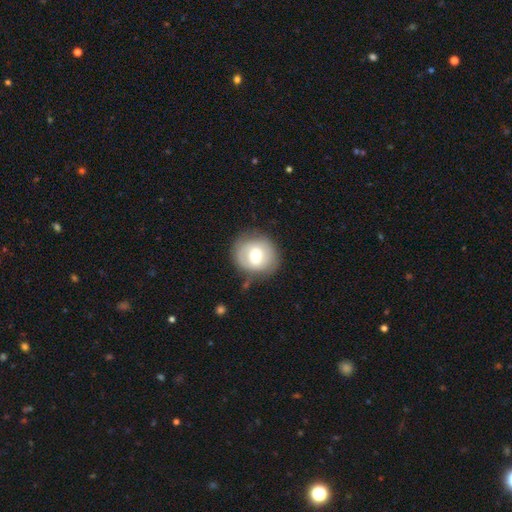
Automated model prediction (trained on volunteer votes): This appears to be a smooth galaxy with no disk features (62%) that is round (86%). Merging: none (77%).